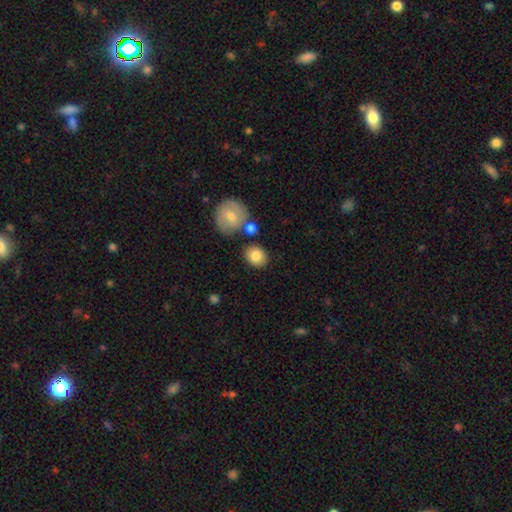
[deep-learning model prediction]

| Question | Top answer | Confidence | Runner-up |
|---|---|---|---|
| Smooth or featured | smooth | 83% | featured or disk (9%) |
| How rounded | round | 64% | in between (35%) |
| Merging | none | 77% | minor disturbance (11%) |